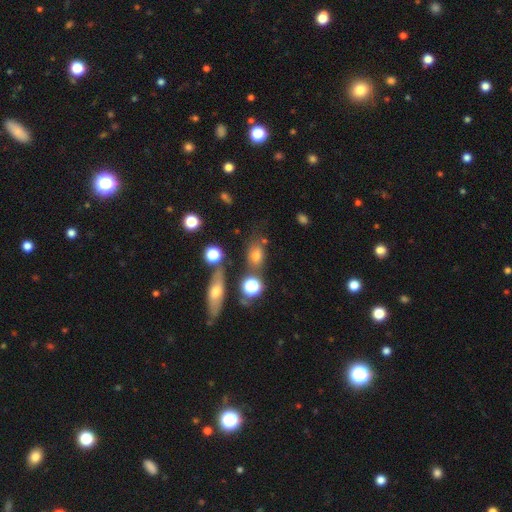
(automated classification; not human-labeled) This appears to be a smooth galaxy with no disk features (70%) that is in between round and cigar-shaped (71%). Merging: none (66%).